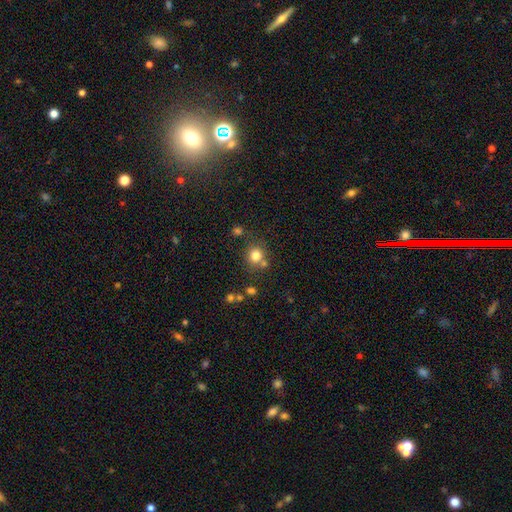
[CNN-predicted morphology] Q: Smooth or featured?
A: smooth (79%); runner-up: star or artifact (13%)
Q: How rounded?
A: round (86%); runner-up: in between (13%)
Q: Merging?
A: none (69%); runner-up: merger (16%)